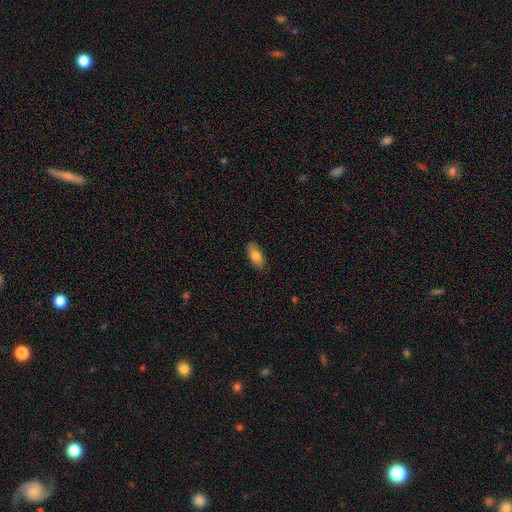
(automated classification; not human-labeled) smooth 82%, featured or disk 11%, star or artifact 7%. Down the decision tree: how rounded — in between (89%); merging — none (87%).